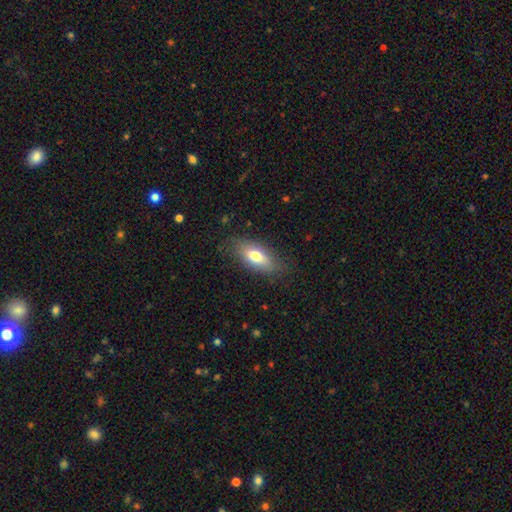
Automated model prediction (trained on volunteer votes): Smooth or featured?
  - smooth: 73% *
  - featured or disk: 20%
  - star or artifact: 8%
How rounded?
  - in between: 82% *
  - cigar-shaped: 14%
  - round: 4%
Merging?
  - none: 81% *
  - minor disturbance: 14%
  - major disturbance: 4%
  - merger: 1%